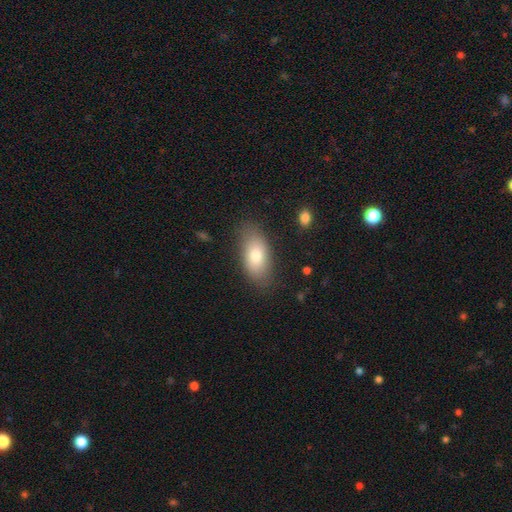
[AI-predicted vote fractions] A smooth galaxy with no disk features (77%) that is in between round and cigar-shaped (88%).

Vote fractions:
- Smooth or featured? smooth: 77% / featured or disk: 15% / star or artifact: 8%
- How rounded? in between: 88% / cigar-shaped: 8% / round: 4%
- Merging? none: 83% / minor disturbance: 13% / major disturbance: 3% / merger: 1%